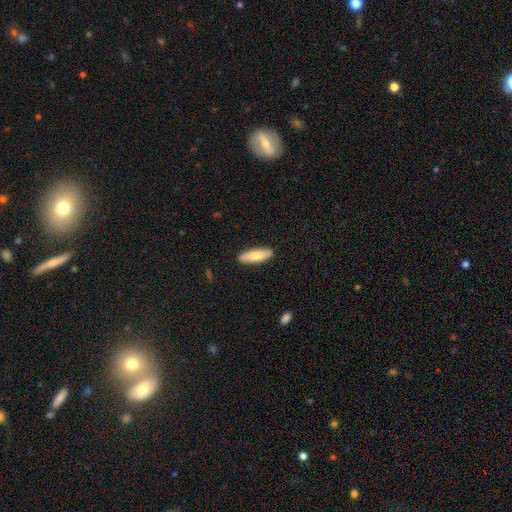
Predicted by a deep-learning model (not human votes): smooth_or_featured: smooth (p=0.76) [alt: featured or disk p=0.19]
how_rounded: in between (p=0.53) [alt: cigar-shaped p=0.45]
merging: none (p=0.89) [alt: minor disturbance p=0.08]